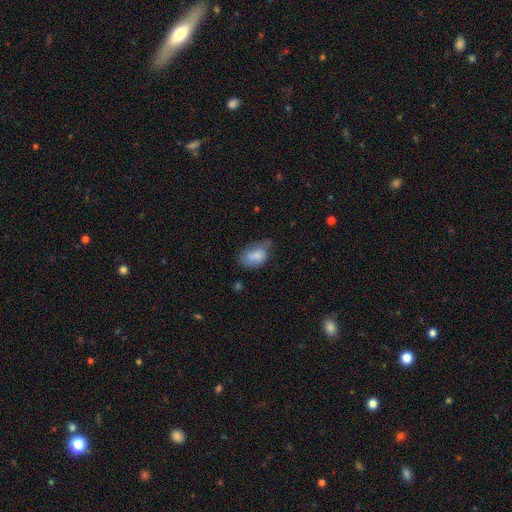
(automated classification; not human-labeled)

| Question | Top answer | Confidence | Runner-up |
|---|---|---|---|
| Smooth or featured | smooth | 75% | featured or disk (18%) |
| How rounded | in between | 88% | round (11%) |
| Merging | none | 39% | tied: minor disturbance (39%) |